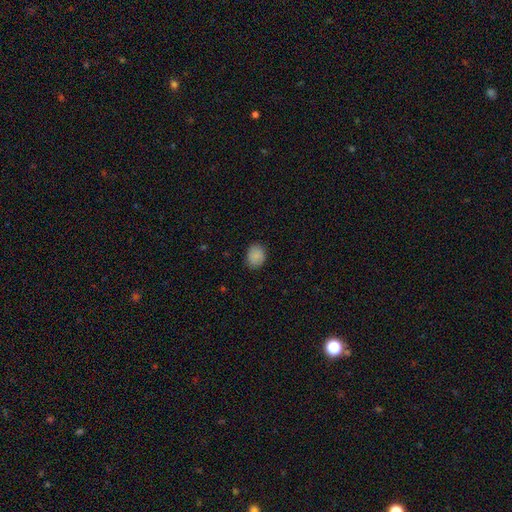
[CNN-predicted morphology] Smooth or featured?
  - smooth: 87% *
  - star or artifact: 9%
  - featured or disk: 4%
How rounded?
  - round: 52% *
  - in between: 47%
  - cigar-shaped: 1%
Merging?
  - none: 86% *
  - minor disturbance: 11%
  - major disturbance: 2%
  - merger: 1%